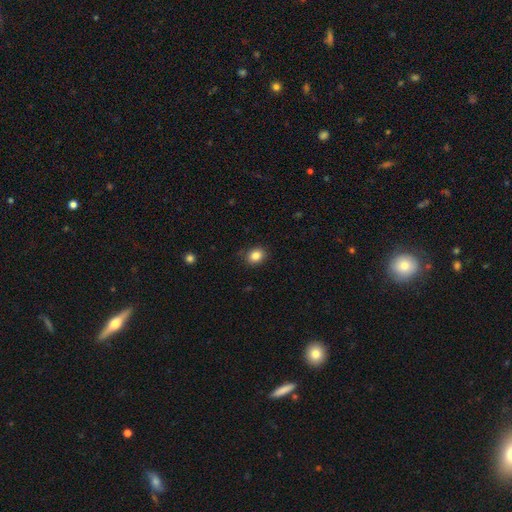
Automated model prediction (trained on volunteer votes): smooth_or_featured: smooth (p=0.85) [alt: star or artifact p=0.10]
how_rounded: round (p=0.57) [alt: in between p=0.42]
merging: none (p=0.85) [alt: minor disturbance p=0.12]